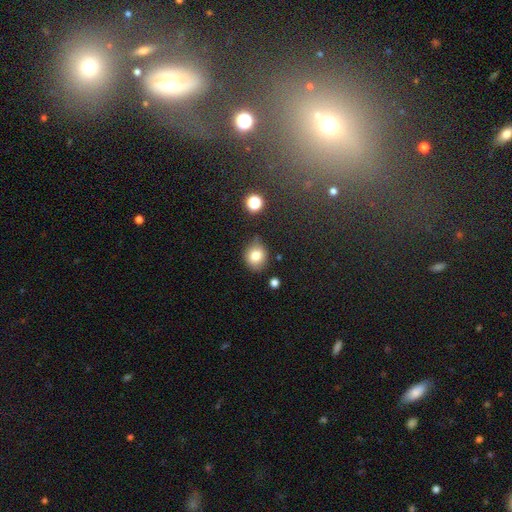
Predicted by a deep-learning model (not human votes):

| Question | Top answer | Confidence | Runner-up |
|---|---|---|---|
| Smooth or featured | smooth | 79% | star or artifact (11%) |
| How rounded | round | 67% | in between (32%) |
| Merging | none | 72% | minor disturbance (20%) |